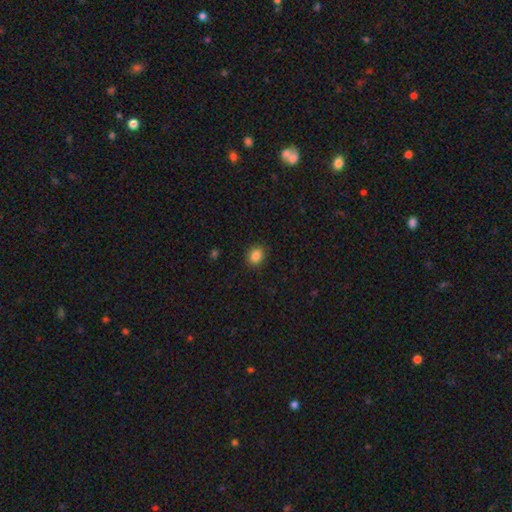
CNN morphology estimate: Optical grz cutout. It shows a smooth galaxy with no disk features (85%) that is round (62%). Merging: none (89%).